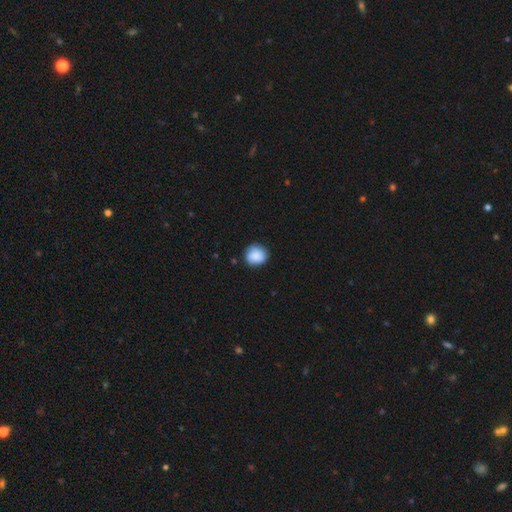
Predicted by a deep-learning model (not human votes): Smooth or featured?
  - smooth: 87% *
  - star or artifact: 7%
  - featured or disk: 6%
How rounded?
  - round: 86% *
  - in between: 13%
  - cigar-shaped: 1%
Merging?
  - none: 81% *
  - minor disturbance: 15%
  - major disturbance: 3%
  - merger: 1%